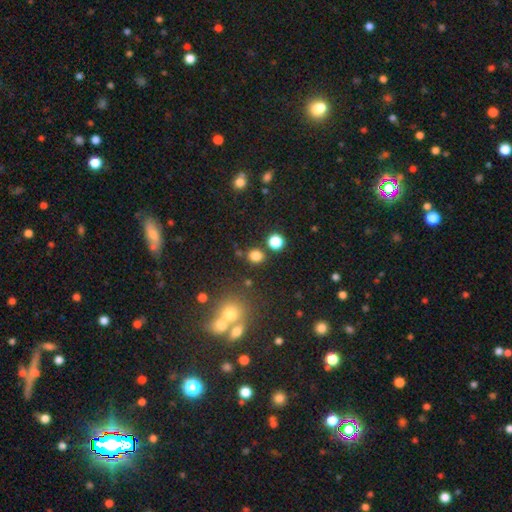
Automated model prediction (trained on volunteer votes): A smooth galaxy with no disk features (79%) that is round (76%). Merging: none (80%).